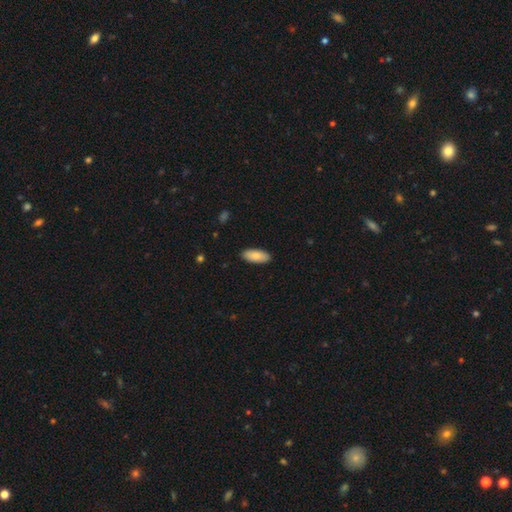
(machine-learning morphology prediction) smooth 87%, featured or disk 8%, star or artifact 6%. Down the decision tree: how rounded — in between (86%); merging — none (90%).